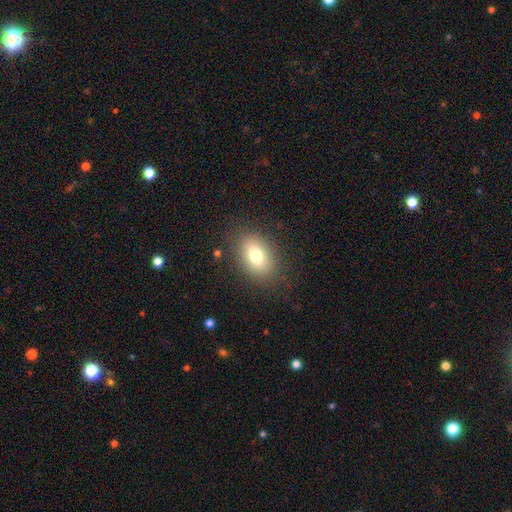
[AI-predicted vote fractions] Smooth or featured?
  - smooth: 75% *
  - featured or disk: 14%
  - star or artifact: 11%
How rounded?
  - in between: 79% *
  - round: 20%
  - cigar-shaped: 1%
Merging?
  - none: 84% *
  - minor disturbance: 10%
  - major disturbance: 4%
  - merger: 1%